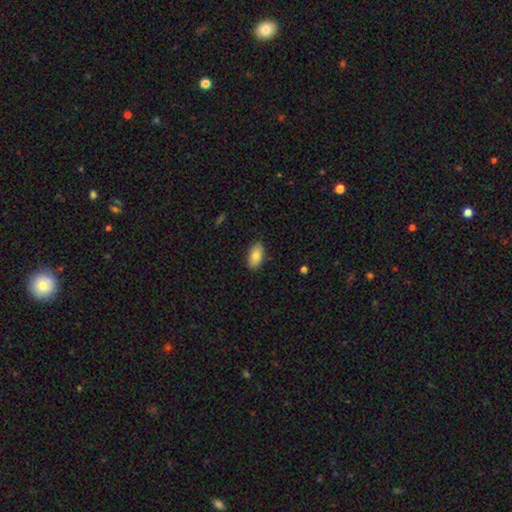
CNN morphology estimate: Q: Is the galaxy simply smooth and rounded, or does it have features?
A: smooth — 82%.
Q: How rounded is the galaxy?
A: in between — 94%.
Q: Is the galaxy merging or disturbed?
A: none — 87%.